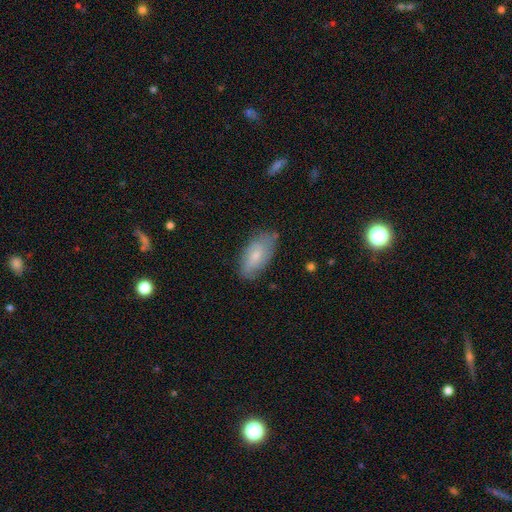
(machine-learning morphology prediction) type=smooth (61%); roundness=in between (91%); merging=none (71%).